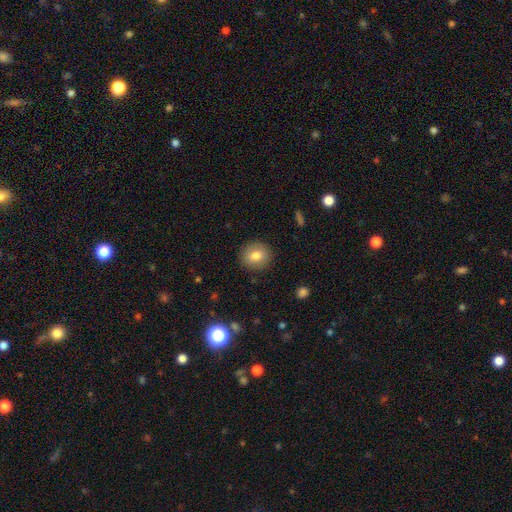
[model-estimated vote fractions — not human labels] This appears to be a smooth galaxy with no disk features (78%) that is round (83%). Merging: none (89%).